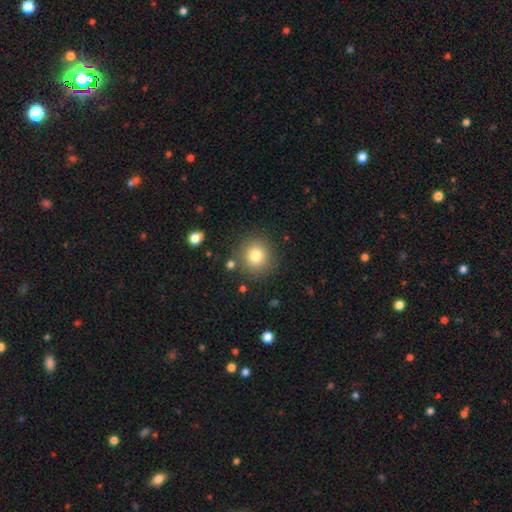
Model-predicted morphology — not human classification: Smooth or featured?
  - smooth: 80% *
  - star or artifact: 12%
  - featured or disk: 8%
How rounded?
  - round: 89% *
  - in between: 10%
  - cigar-shaped: 1%
Merging?
  - none: 85% *
  - minor disturbance: 8%
  - merger: 4%
  - major disturbance: 3%